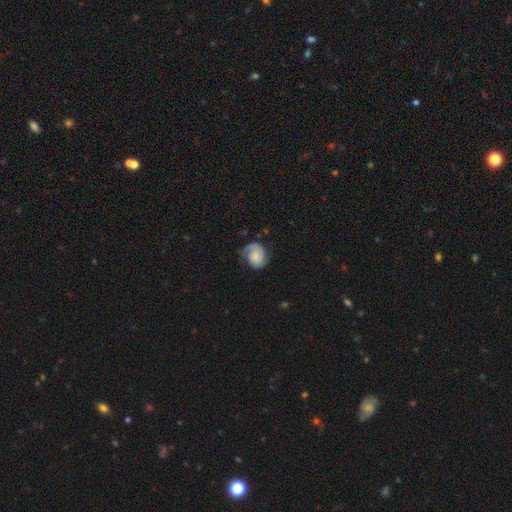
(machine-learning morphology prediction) Q: Smooth or featured?
A: featured or disk (60%); runner-up: smooth (33%)
Q: Edge-on disk?
A: no (98%); runner-up: yes (2%)
Q: Bar?
A: no (70%); runner-up: weak (26%)
Q: Spiral arms?
A: yes (93%); runner-up: no (7%)
Q: Spiral winding?
A: tight (44%); runner-up: medium (36%)
Q: Spiral arm count?
A: 1 (45%); runner-up: 2 (44%)
Q: Bulge size?
A: small (38%); runner-up: moderate (25%)
Q: Merging?
A: none (58%); runner-up: minor disturbance (24%)